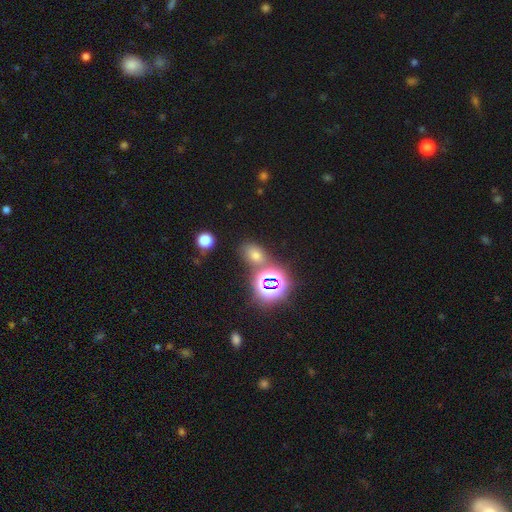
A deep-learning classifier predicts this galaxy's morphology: smooth-or-featured: smooth: 53% | star or artifact: 38% | featured or disk: 9%
  how-rounded: in between: 64% | round: 34% | cigar-shaped: 2%
  merging: none: 74% | merger: 12% | minor disturbance: 11% | major disturbance: 4%